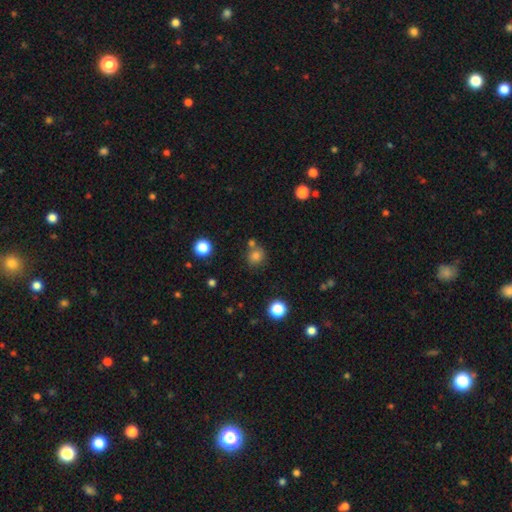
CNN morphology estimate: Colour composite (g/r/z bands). It shows a smooth galaxy with no disk features (79%) that is round (83%). Merging: none (68%).